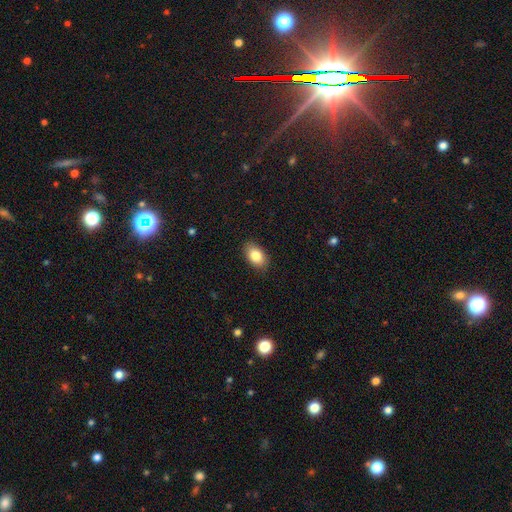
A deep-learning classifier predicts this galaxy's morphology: Q: Smooth or featured?
A: smooth (84%); runner-up: featured or disk (8%)
Q: How rounded?
A: in between (90%); runner-up: round (8%)
Q: Merging?
A: none (87%); runner-up: minor disturbance (10%)